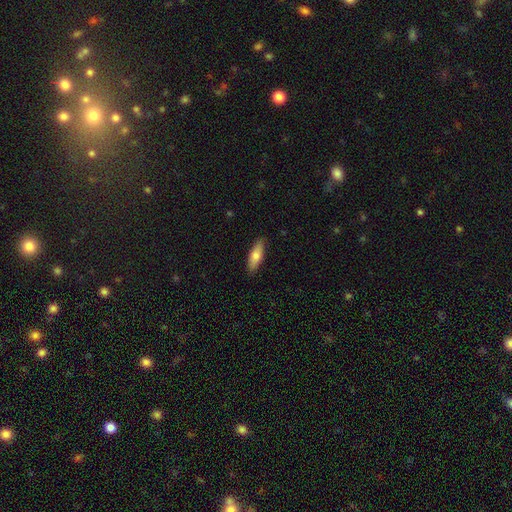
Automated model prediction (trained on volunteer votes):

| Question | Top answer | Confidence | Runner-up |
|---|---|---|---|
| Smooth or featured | smooth | 72% | featured or disk (22%) |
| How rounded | in between | 58% | cigar-shaped (40%) |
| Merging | none | 88% | minor disturbance (9%) |